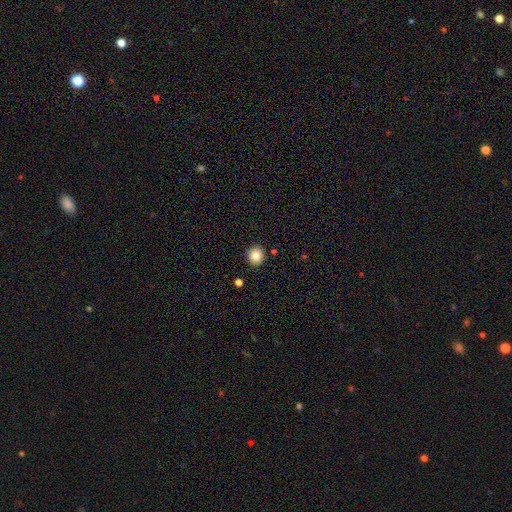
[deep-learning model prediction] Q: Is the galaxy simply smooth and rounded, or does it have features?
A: smooth — 84%.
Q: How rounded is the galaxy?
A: round — 90%.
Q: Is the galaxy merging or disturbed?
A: none — 90%.